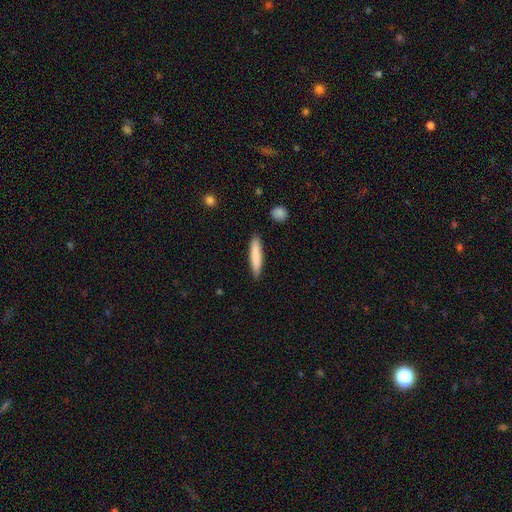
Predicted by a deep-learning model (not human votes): Smooth or featured: smooth — 81% (featured or disk — 13%)
How rounded: cigar-shaped — 88% (in between — 11%)
Merging: none — 88% (minor disturbance — 8%)